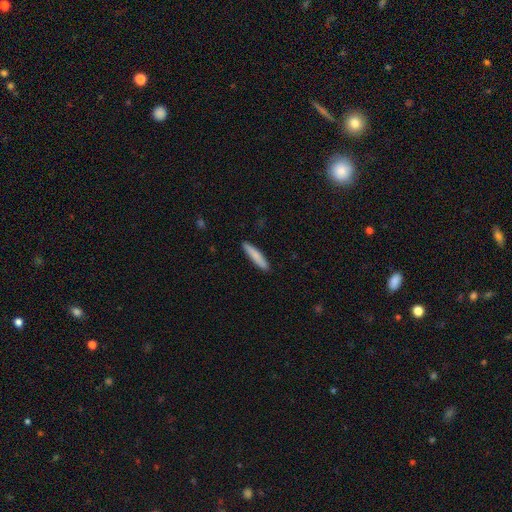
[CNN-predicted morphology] Smooth or featured? Predicted: smooth (p=0.83). How rounded? Predicted: cigar-shaped (p=0.91). Merging? Predicted: none (p=0.91).